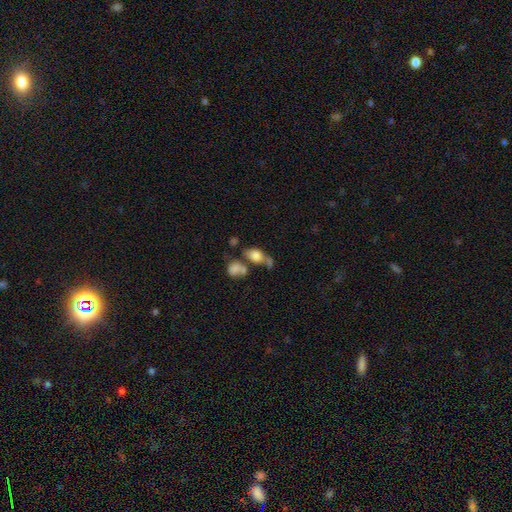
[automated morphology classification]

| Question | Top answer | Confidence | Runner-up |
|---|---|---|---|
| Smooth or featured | smooth | 74% | featured or disk (16%) |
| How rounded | in between | 71% | round (27%) |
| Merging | merger | 39% | none (34%) |